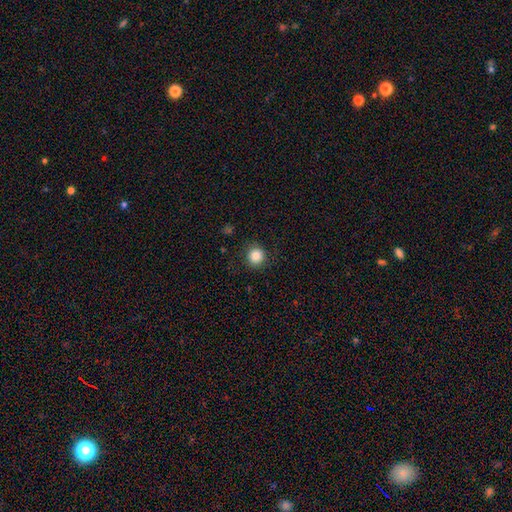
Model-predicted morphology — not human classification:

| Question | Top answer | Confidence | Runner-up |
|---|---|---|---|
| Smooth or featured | smooth | 86% | star or artifact (10%) |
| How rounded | round | 92% | in between (7%) |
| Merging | none | 87% | minor disturbance (8%) |